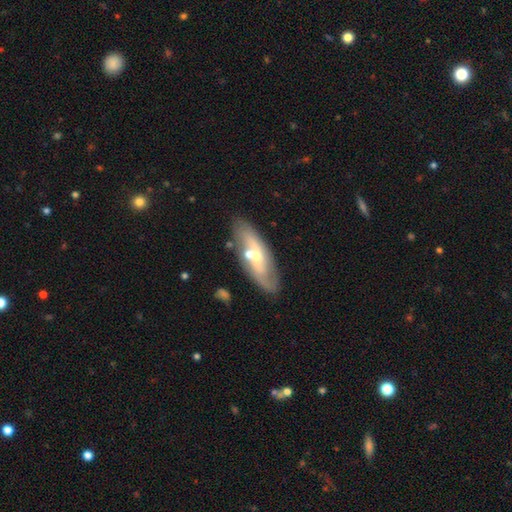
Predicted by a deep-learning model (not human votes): smooth_or_featured: featured or disk (p=0.65) [alt: smooth p=0.29]
disk_edge_on: no (p=0.81) [alt: yes p=0.19]
bar: no (p=0.55) [alt: weak p=0.33]
has_spiral_arms: yes (p=0.75) [alt: no p=0.25]
bulge_size: small (p=0.53) [alt: moderate p=0.42]
merging: none (p=0.71) [alt: minor disturbance p=0.15]